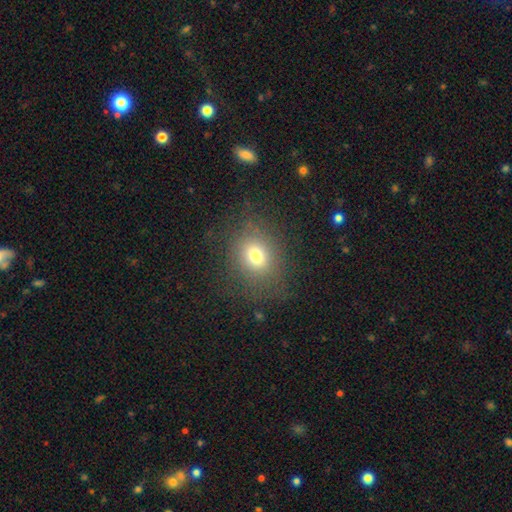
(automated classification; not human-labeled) A smooth galaxy with no disk features (69%) that is round (63%). Merging: none (74%).